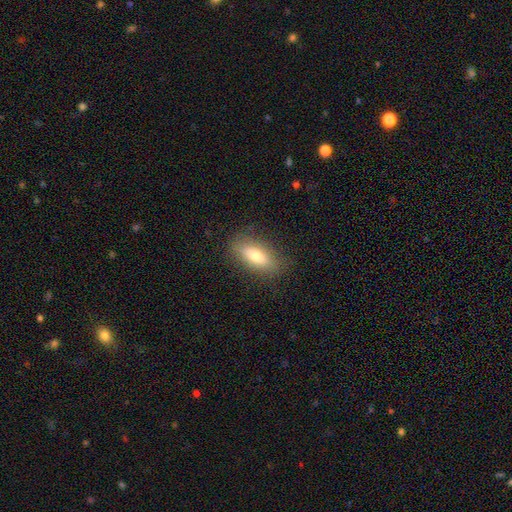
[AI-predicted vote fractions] A smooth galaxy with no disk features (74%) that is in between round and cigar-shaped (76%). Merging: none (85%).